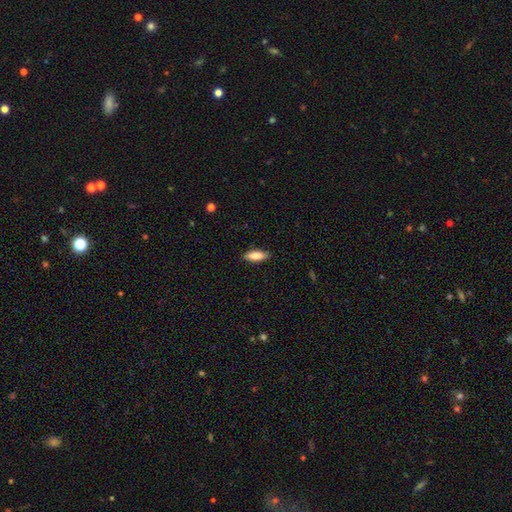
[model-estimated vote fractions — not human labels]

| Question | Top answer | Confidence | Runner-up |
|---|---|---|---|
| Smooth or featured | smooth | 83% | featured or disk (11%) |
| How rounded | in between | 63% | cigar-shaped (35%) |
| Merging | none | 88% | minor disturbance (9%) |